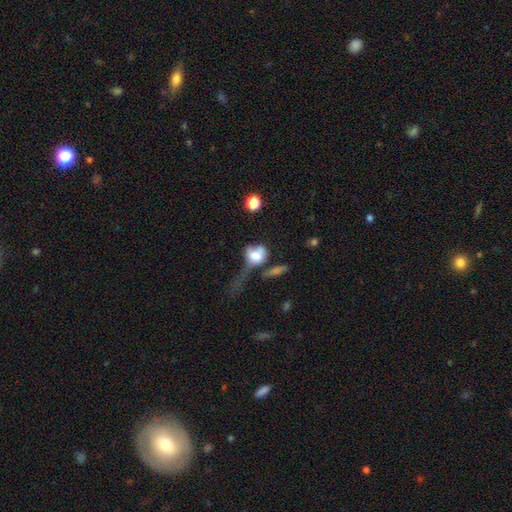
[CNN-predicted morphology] Q: Smooth or featured?
A: smooth (64%); runner-up: featured or disk (26%)
Q: How rounded?
A: round (51%); runner-up: in between (45%)
Q: Merging?
A: major disturbance (44%); runner-up: merger (23%)